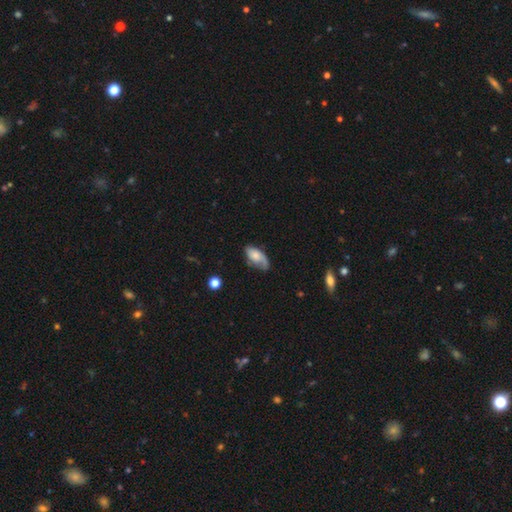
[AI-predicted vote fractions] smooth 51%, featured or disk 41%, star or artifact 7%. Down the decision tree: how rounded — in between (90%); merging — none (52%).